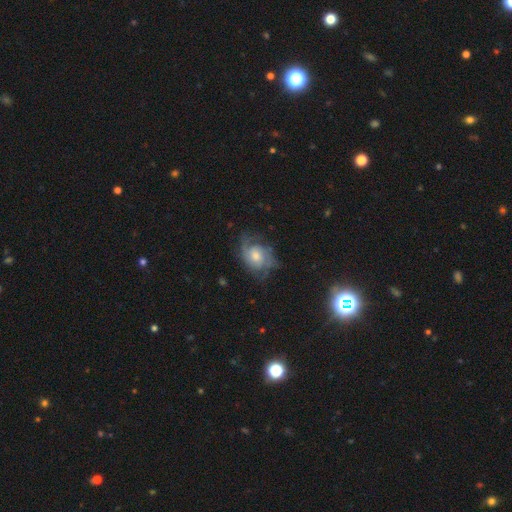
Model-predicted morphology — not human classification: This is likely a featured or disk galaxy (75%). It is clearly not viewed edge-on (97%). Bar: likely no (69%). Spiral arm pattern: clearly yes (92%). Spiral arm count: possibly 2 (46%). Spiral winding: marginally medium (43%). Central bulge: possibly moderate (57%). Merging: likely none (65%).